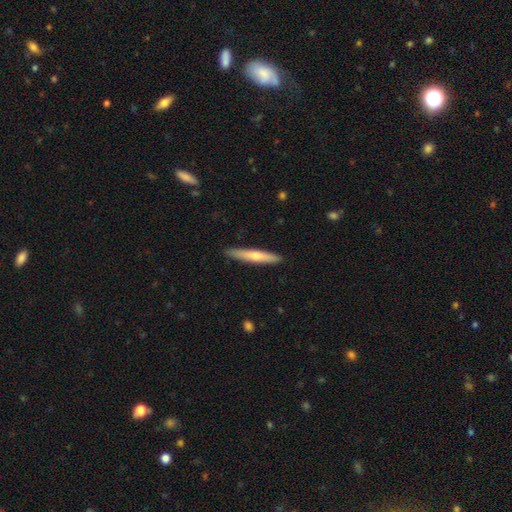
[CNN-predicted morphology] The model was most divided on "smooth or featured": smooth: 57%, featured or disk: 37%, star or artifact: 5%. More confident: how rounded — cigar-shaped (94%); merging — none (89%).